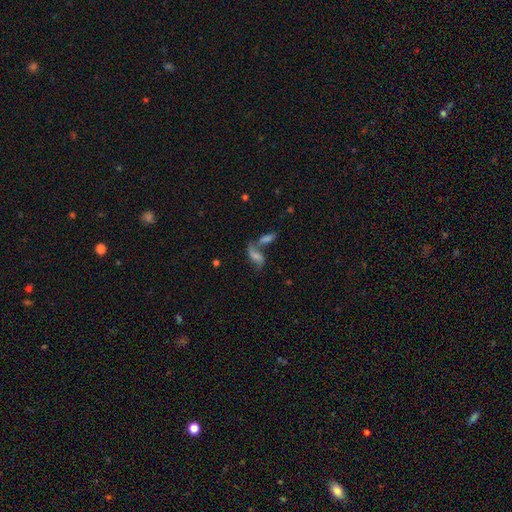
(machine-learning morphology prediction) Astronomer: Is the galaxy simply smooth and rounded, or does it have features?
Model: featured or disk — 55% (runner-up: smooth, 32%).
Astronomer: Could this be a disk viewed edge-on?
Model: no — 87%.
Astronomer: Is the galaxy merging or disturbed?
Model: merger — 44% (runner-up: none, 35%).